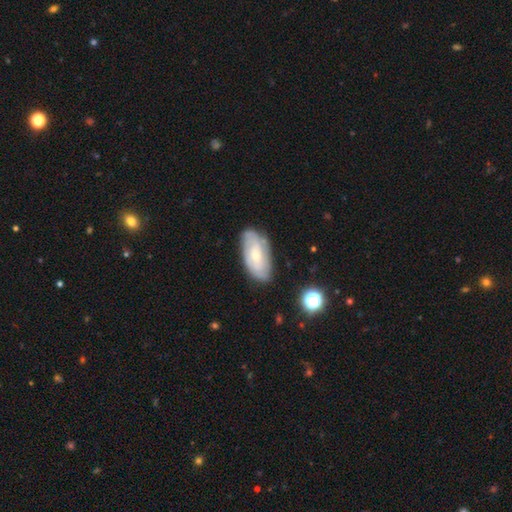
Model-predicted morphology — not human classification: featured or disk 58%, smooth 35%, star or artifact 7%. Down the decision tree: edge-on disk — no (91%); bar — no (67%); spiral arms — yes (76%); bulge size — small (69%); merging — none (76%).